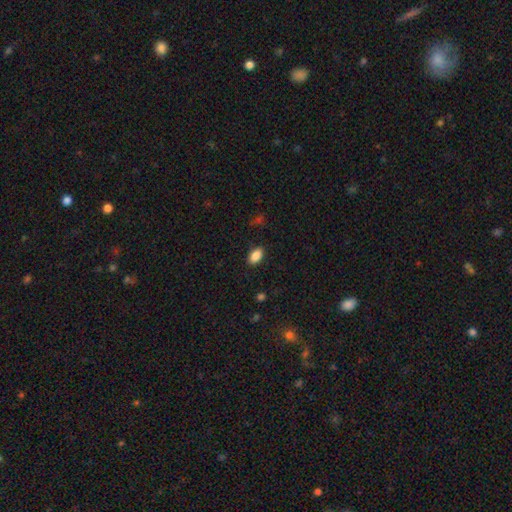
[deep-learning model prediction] Morphology: type=smooth (88%); roundness=in between (91%); merging=none (87%).